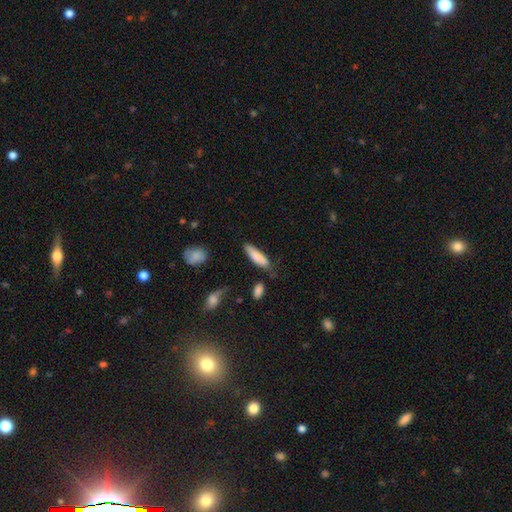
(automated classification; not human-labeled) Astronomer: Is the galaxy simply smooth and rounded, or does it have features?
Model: smooth — 82%.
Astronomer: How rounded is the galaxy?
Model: cigar-shaped — 61% (runner-up: in between, 37%).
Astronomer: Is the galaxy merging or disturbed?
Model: none — 63%.